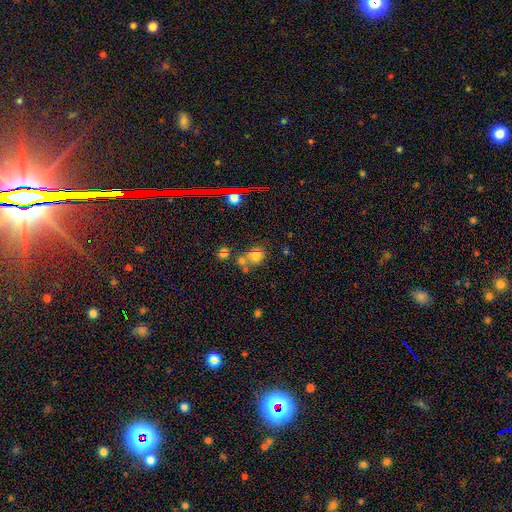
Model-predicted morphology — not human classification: A smooth galaxy with no disk features (65%) that is round (61%).

Vote fractions:
- Smooth or featured? smooth: 65% / star or artifact: 19% / featured or disk: 16%
- How rounded? round: 61% / in between: 38% / cigar-shaped: 1%
- Merging? none: 42% / merger: 37% / minor disturbance: 13% / major disturbance: 7%